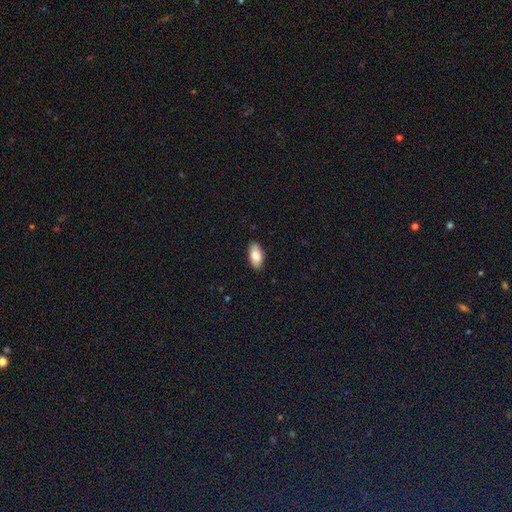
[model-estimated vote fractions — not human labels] This appears to be a smooth galaxy with no disk features (83%) that is in between round and cigar-shaped (91%). Merging: none (86%).